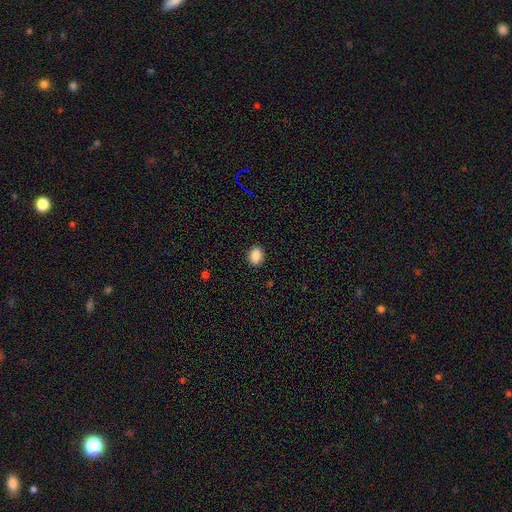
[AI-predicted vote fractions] This appears to be a smooth galaxy with no disk features (88%) that is in between round and cigar-shaped (60%). Merging: none (89%).